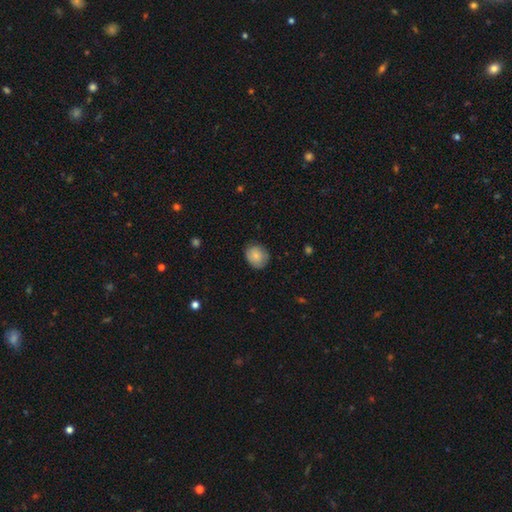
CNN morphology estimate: type=smooth (82%); roundness=round (62%); merging=none (78%).